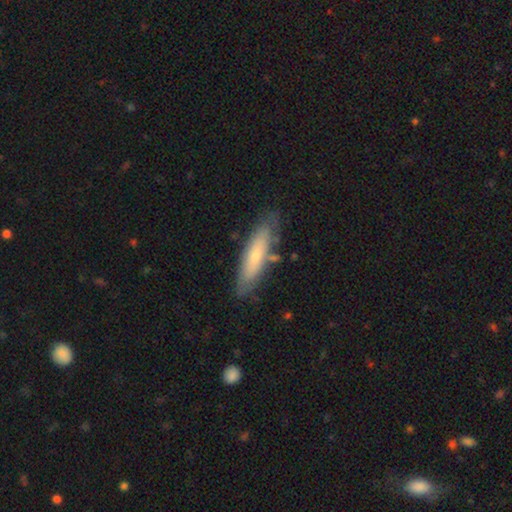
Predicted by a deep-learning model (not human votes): This appears to be a smooth galaxy with no disk features (60%) that is cigar-shaped (71%). Merging: none (76%).